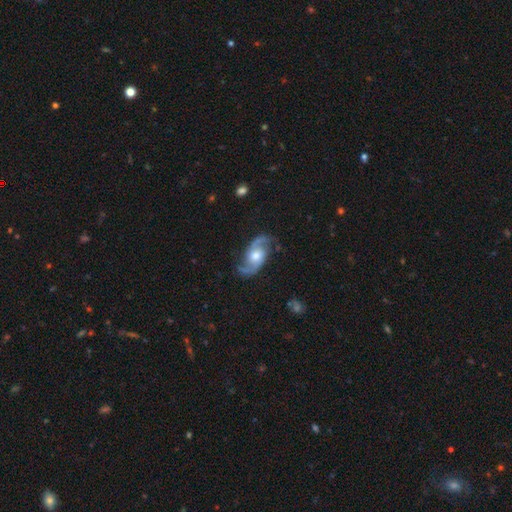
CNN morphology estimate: type=featured or disk (89%); edge-on=no (97%); bar=no (61%); spiral arms=yes (97%); winding=medium (50%); arm count=2 (94%); bulge=moderate (68%); merging=none (79%).